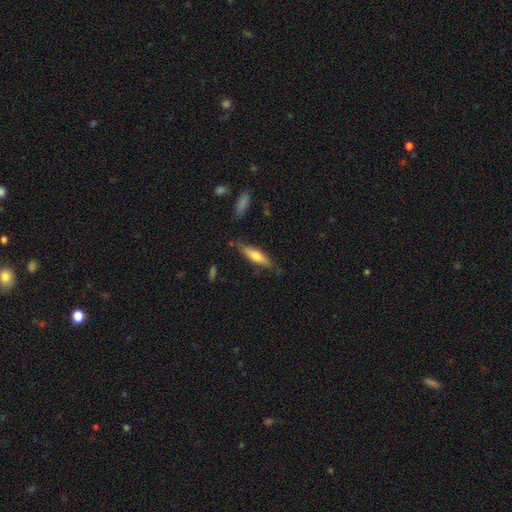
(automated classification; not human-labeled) This appears to be a smooth galaxy with no disk features (56%) that is cigar-shaped (73%). Merging: none (75%).